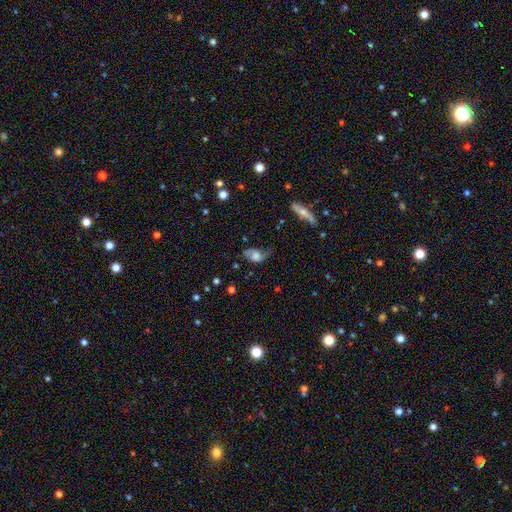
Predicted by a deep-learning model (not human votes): smooth 51%, featured or disk 39%, star or artifact 10%. Down the decision tree: how rounded — in between (80%); merging — none (38%).